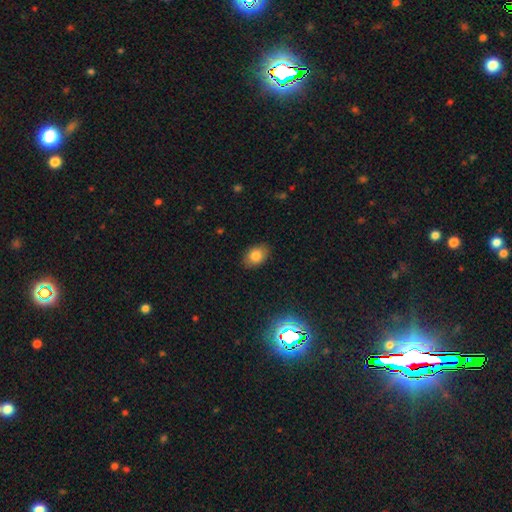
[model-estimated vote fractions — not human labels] The model was most divided on "how rounded": in between: 80%, round: 19%, cigar-shaped: 1%. More confident: merging — none (86%); smooth or featured — smooth (81%).